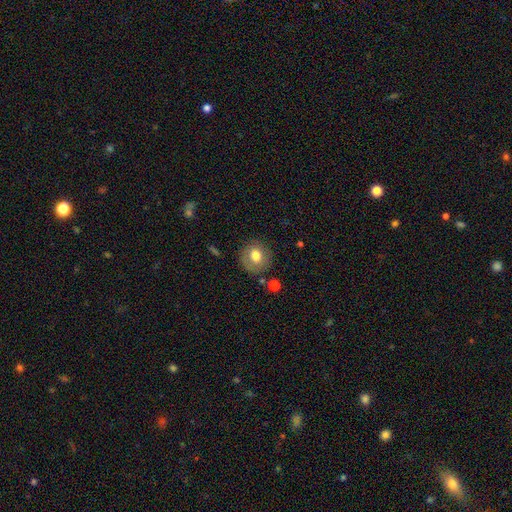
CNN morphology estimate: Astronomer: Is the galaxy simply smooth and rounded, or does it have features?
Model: smooth — 74%.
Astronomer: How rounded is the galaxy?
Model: round — 87%.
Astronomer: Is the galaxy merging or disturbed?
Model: none — 82%.